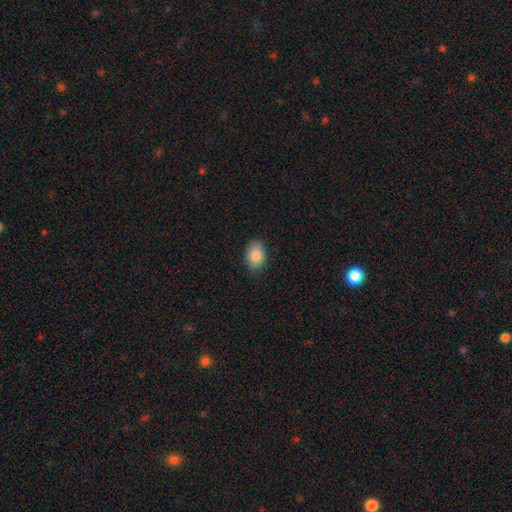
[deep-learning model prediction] smooth_or_featured: smooth (p=0.88) [alt: star or artifact p=0.07]
how_rounded: in between (p=0.85) [alt: round p=0.14]
merging: none (p=0.82) [alt: minor disturbance p=0.14]